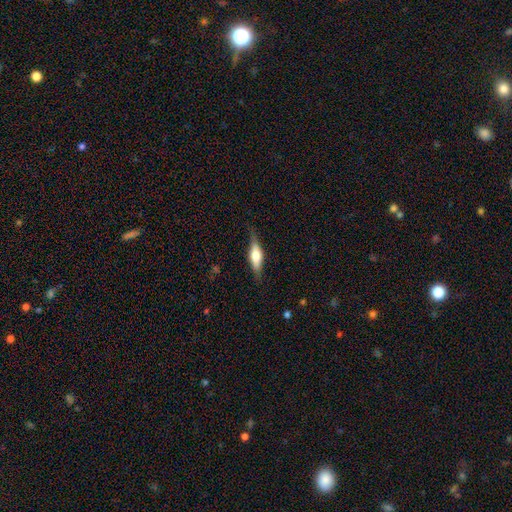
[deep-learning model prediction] A featured or disk galaxy (50%). Merging: none (77%).